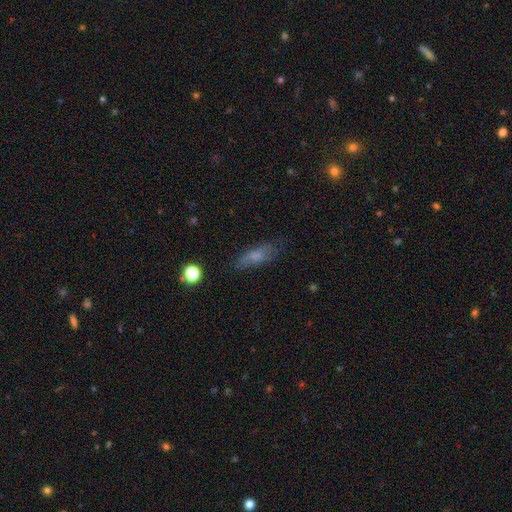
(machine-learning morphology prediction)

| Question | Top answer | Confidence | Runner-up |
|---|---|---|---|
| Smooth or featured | smooth | 66% | featured or disk (23%) |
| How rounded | in between | 56% | cigar-shaped (40%) |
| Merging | none | 72% | minor disturbance (20%) |